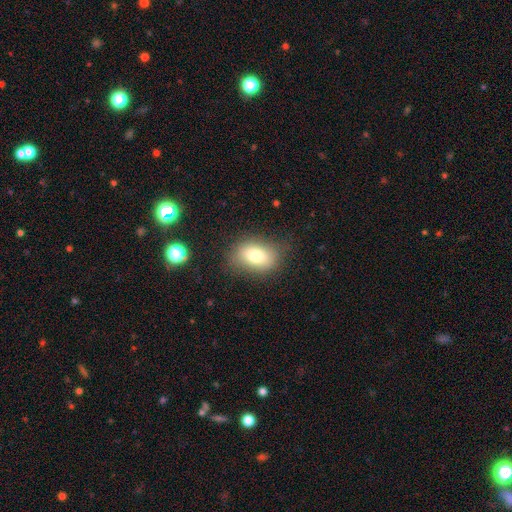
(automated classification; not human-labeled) Smooth or featured? Predicted: smooth (p=0.77). How rounded? Predicted: in between (p=0.79). Merging? Predicted: none (p=0.77).